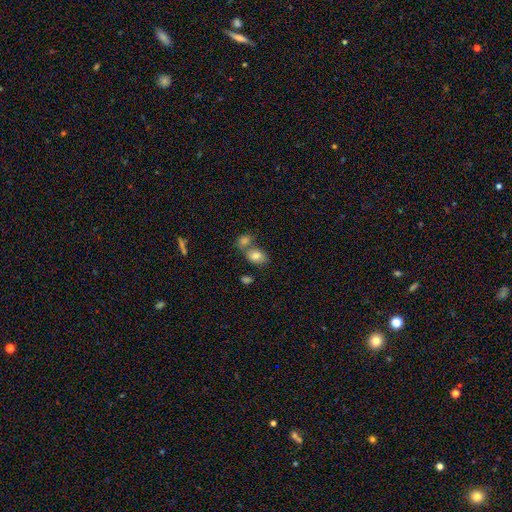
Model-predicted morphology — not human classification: type=smooth (79%); roundness=in between (79%); merging=merger (44%).